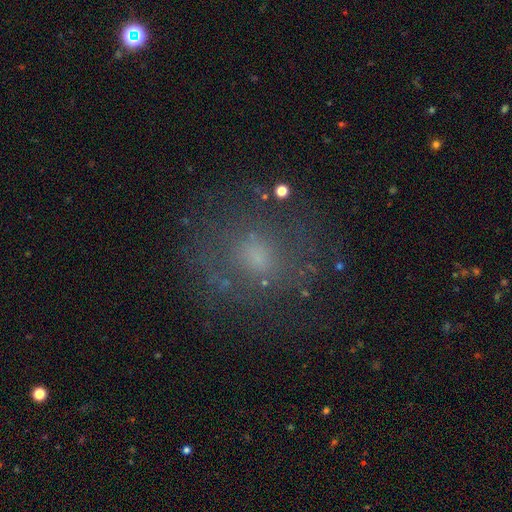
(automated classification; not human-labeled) featured or disk 43%, smooth 37%, star or artifact 20%. Down the decision tree: merging — none (75%).